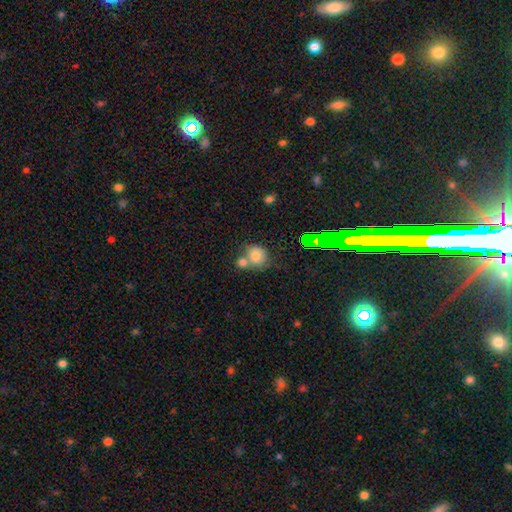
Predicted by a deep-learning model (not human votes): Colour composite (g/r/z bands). It shows a smooth galaxy with no disk features (76%) that is round (82%). Merging: merger (44%).